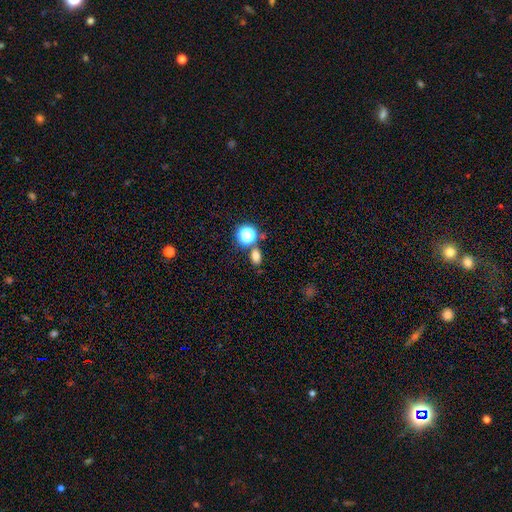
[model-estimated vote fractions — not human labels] Smooth or featured?
  - smooth: 73% *
  - star or artifact: 19%
  - featured or disk: 7%
How rounded?
  - in between: 69% *
  - round: 29%
  - cigar-shaped: 2%
Merging?
  - none: 73% *
  - merger: 14%
  - minor disturbance: 10%
  - major disturbance: 3%